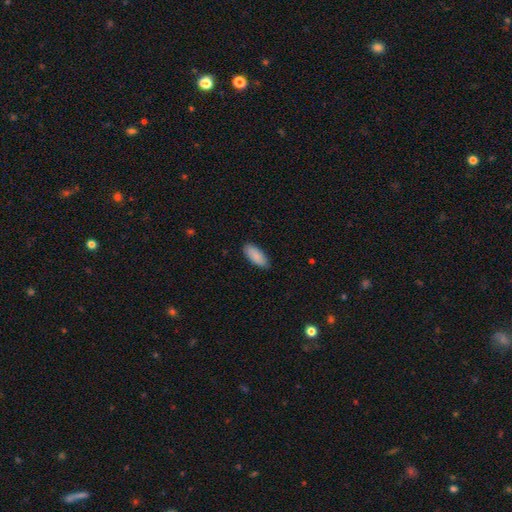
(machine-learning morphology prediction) A smooth galaxy with no disk features (90%) that is in between round and cigar-shaped (84%).

Vote fractions:
- Smooth or featured? smooth: 90% / star or artifact: 6% / featured or disk: 5%
- How rounded? in between: 84% / cigar-shaped: 15% / round: 2%
- Merging? none: 88% / minor disturbance: 9% / major disturbance: 2% / merger: 1%